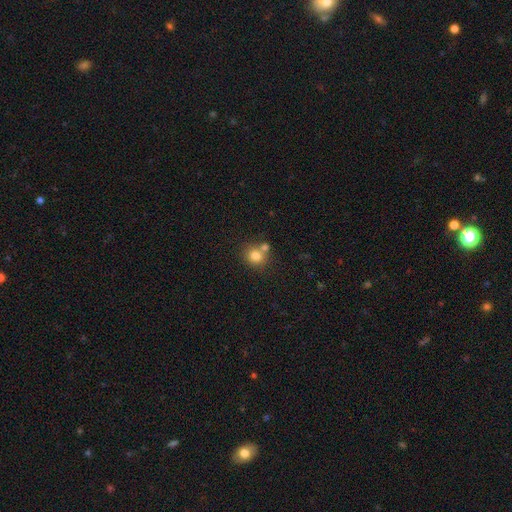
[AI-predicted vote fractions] This is likely a smooth galaxy (80%). How rounded: likely round (79%). Merging: possibly none (57%).